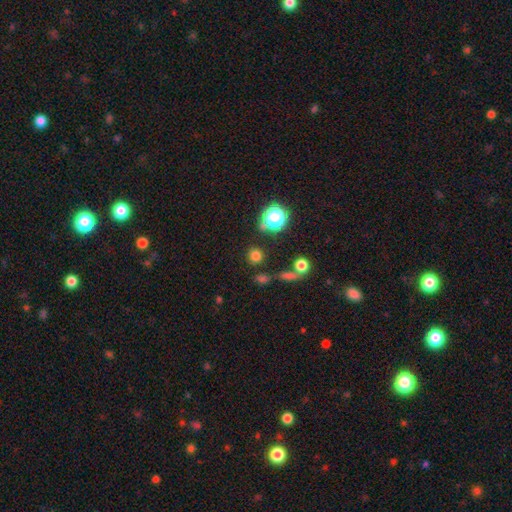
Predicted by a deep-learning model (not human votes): A smooth galaxy with no disk features (72%) that is round (90%). Merging: none (80%).